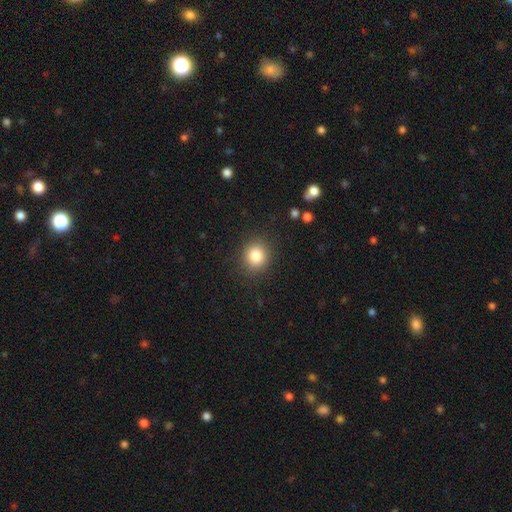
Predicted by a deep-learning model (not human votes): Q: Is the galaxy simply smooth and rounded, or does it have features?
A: smooth — 84%.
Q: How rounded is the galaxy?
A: round — 82%.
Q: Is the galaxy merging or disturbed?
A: none — 89%.